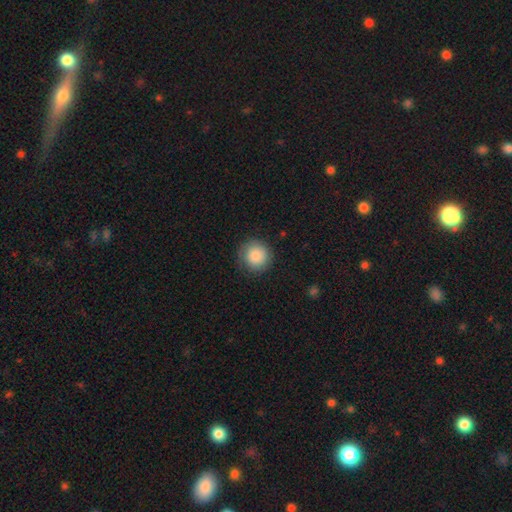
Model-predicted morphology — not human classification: Q: Smooth or featured?
A: smooth (87%); runner-up: star or artifact (8%)
Q: How rounded?
A: round (94%); runner-up: in between (5%)
Q: Merging?
A: none (84%); runner-up: minor disturbance (11%)